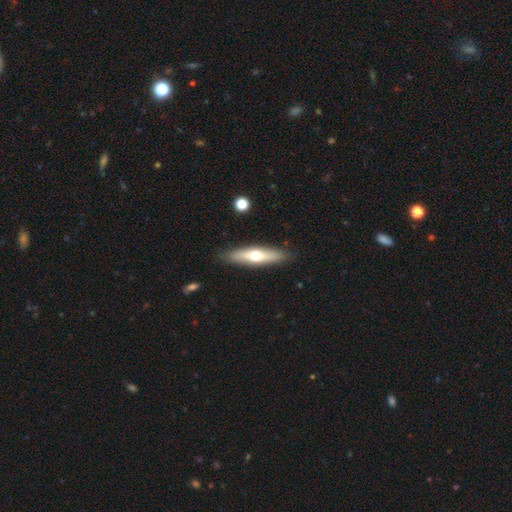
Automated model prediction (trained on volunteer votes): This appears to be a smooth galaxy with no disk features (49%). Merging: none (88%).